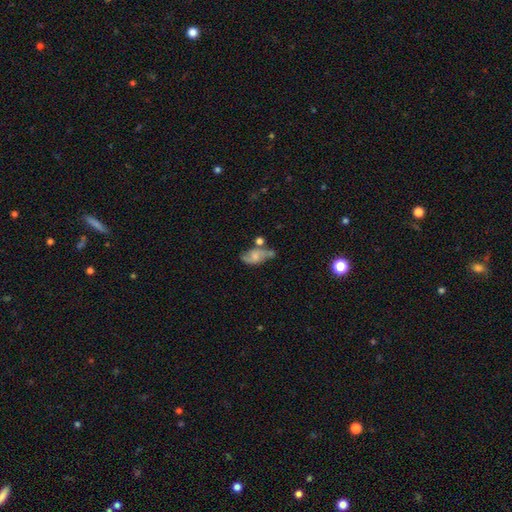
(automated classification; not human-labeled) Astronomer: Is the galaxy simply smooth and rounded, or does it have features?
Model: featured or disk — 49% (runner-up: smooth, 42%).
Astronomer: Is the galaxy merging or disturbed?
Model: none — 40% (runner-up: minor disturbance, 26%).